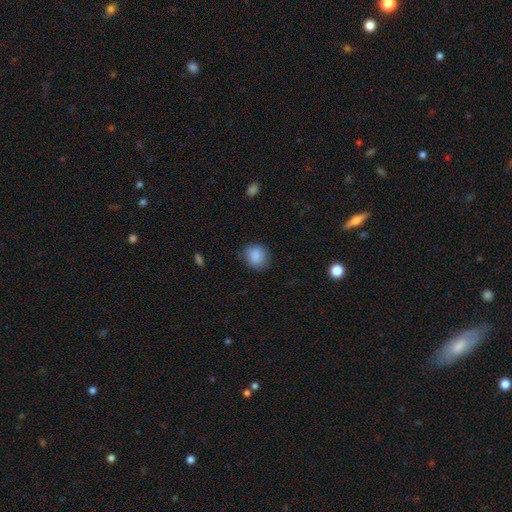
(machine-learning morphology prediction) Overall: smooth (88%). How rounded: round (76%). Merging: none (80%).